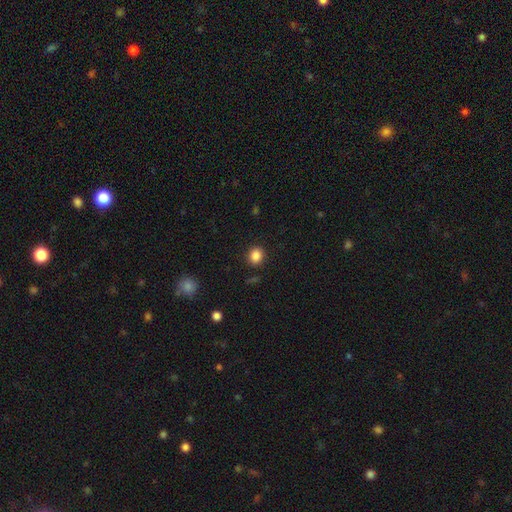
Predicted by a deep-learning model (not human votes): The model was most divided on "how rounded": round: 76%, in between: 23%, cigar-shaped: 1%. More confident: merging — none (89%); smooth or featured — smooth (86%).